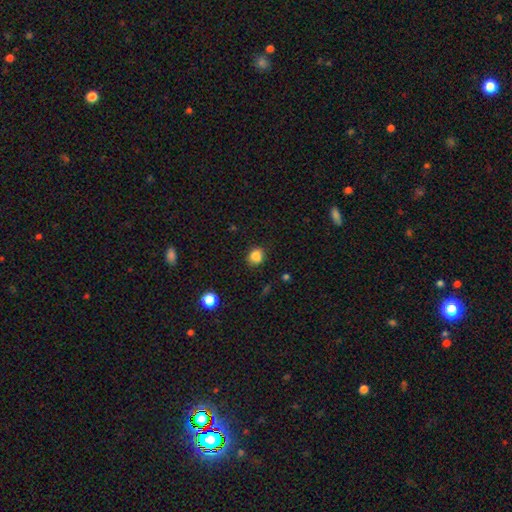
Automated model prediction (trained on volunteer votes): Smooth or featured: smooth — 83% (star or artifact — 12%)
How rounded: round — 70% (in between — 29%)
Merging: none — 77% (minor disturbance — 16%)